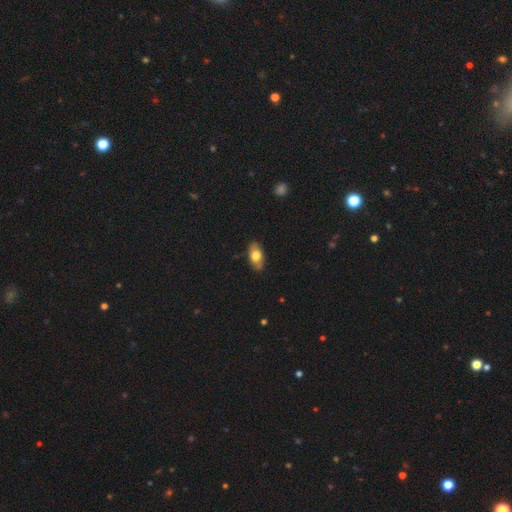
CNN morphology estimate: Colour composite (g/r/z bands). It shows a smooth galaxy with no disk features (73%) that is in between round and cigar-shaped (91%). Merging: none (84%).